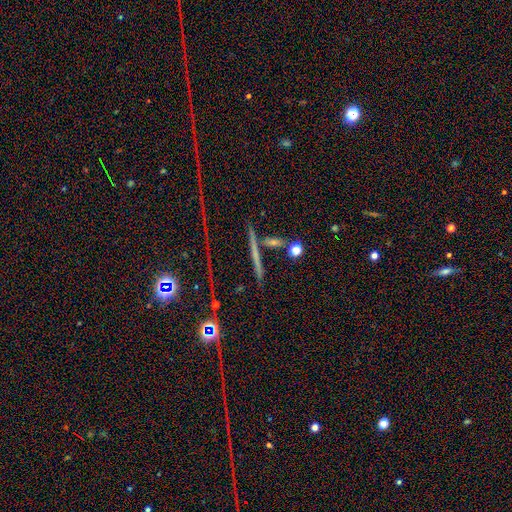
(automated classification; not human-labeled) Smooth or featured? Predicted: featured or disk (p=0.46). Merging? Predicted: none (p=0.82).